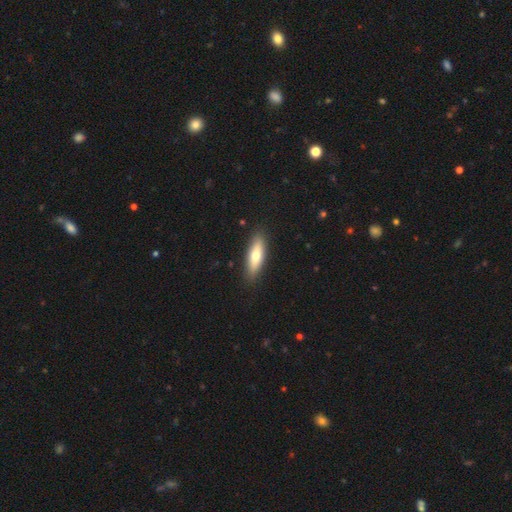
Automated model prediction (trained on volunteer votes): Morphology: type=smooth (68%); roundness=in between (51%); merging=none (88%).